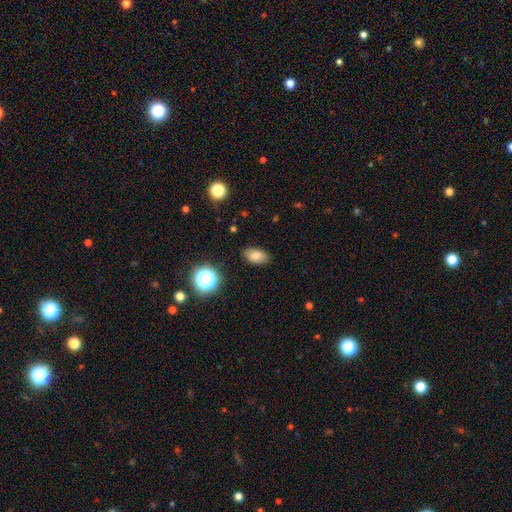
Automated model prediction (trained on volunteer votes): smooth-or-featured: smooth: 78% | star or artifact: 12% | featured or disk: 10%
  how-rounded: in between: 89% | round: 9% | cigar-shaped: 2%
  merging: none: 86% | minor disturbance: 10% | major disturbance: 2% | merger: 1%